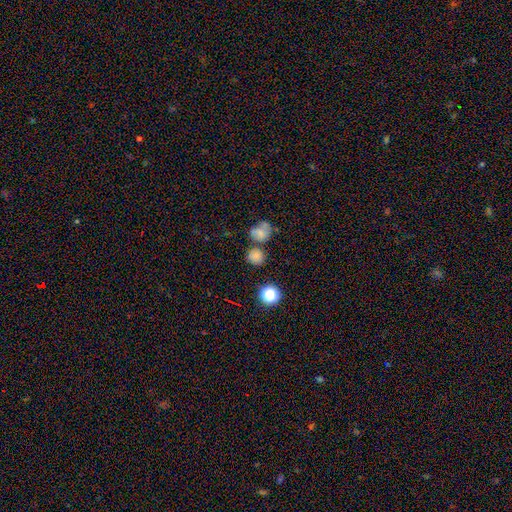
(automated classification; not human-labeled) smooth_or_featured: smooth (p=0.73) [alt: star or artifact p=0.18]
how_rounded: round (p=0.82) [alt: in between p=0.17]
merging: none (p=0.63) [alt: merger p=0.20]